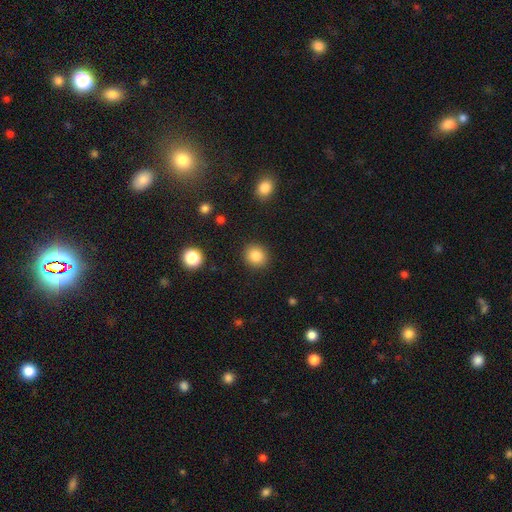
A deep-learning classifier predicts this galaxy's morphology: smooth_or_featured: smooth (p=0.84) [alt: star or artifact p=0.10]
how_rounded: round (p=0.86) [alt: in between p=0.13]
merging: none (p=0.91) [alt: minor disturbance p=0.06]